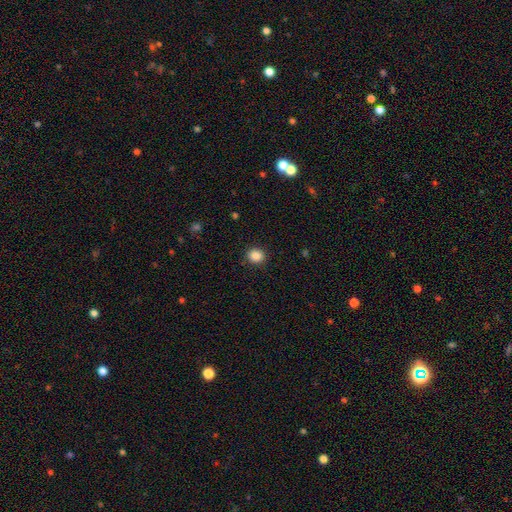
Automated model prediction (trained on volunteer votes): Q: Smooth or featured?
A: smooth (87%); runner-up: star or artifact (10%)
Q: How rounded?
A: round (77%); runner-up: in between (22%)
Q: Merging?
A: none (91%); runner-up: minor disturbance (6%)